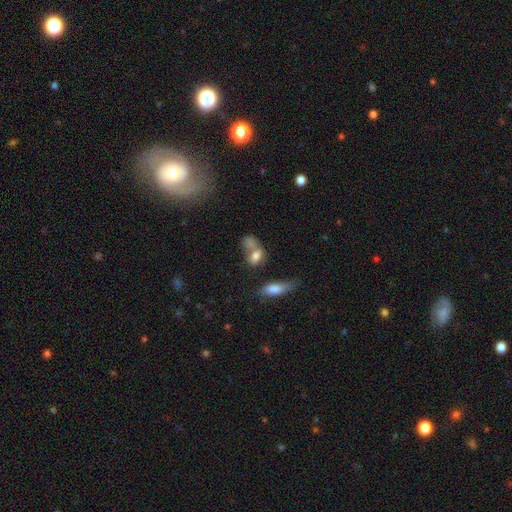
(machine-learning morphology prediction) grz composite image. It shows a smooth galaxy with no disk features (75%) that is in between round and cigar-shaped (72%). Merging: merger (50%).